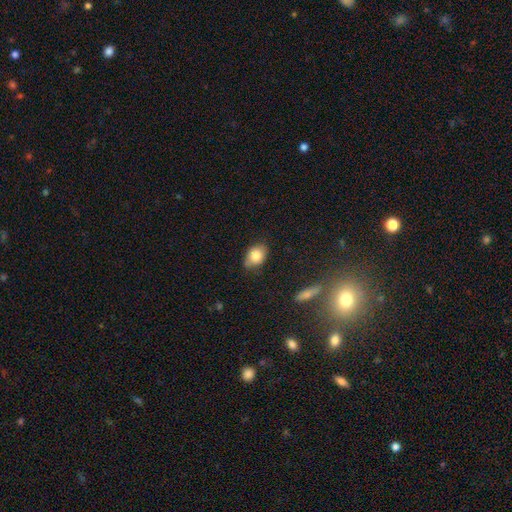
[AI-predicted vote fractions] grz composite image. It shows a smooth galaxy with no disk features (82%) that is in between round and cigar-shaped (73%). Merging: none (69%).